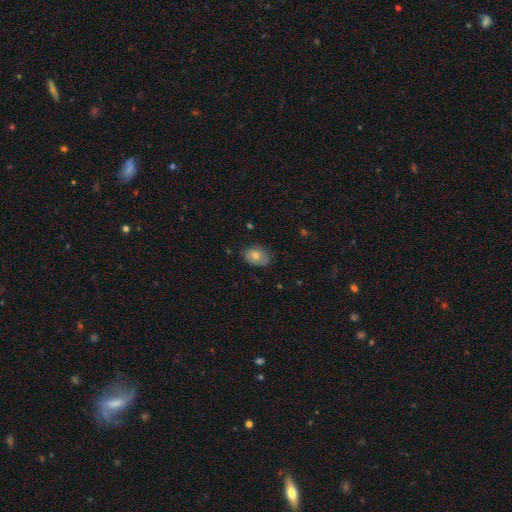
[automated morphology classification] Overall: smooth (71%). How rounded: in between (67%; round 32%). Merging: none (73%).